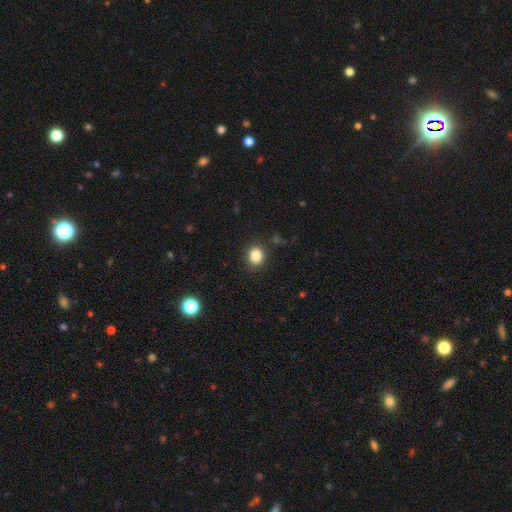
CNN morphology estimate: Smooth or featured: smooth — 85% (star or artifact — 11%)
How rounded: round — 70% (in between — 29%)
Merging: none — 87% (minor disturbance — 9%)